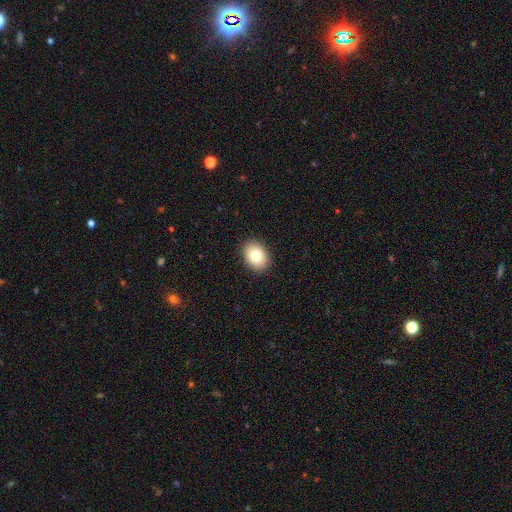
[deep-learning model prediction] This appears to be a smooth galaxy with no disk features (80%) that is in between round and cigar-shaped (67%). Merging: none (90%).